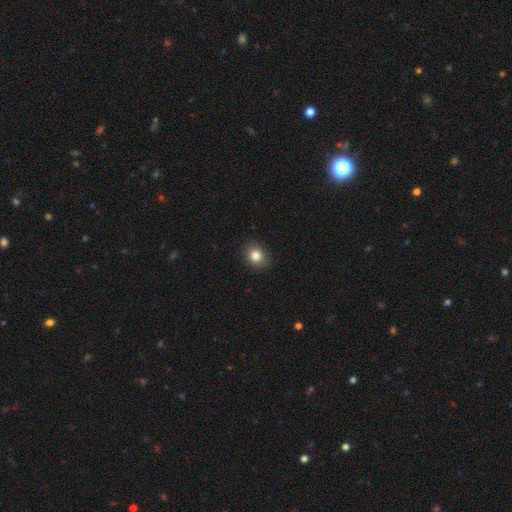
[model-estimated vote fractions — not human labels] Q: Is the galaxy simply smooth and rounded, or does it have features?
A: smooth — 83%.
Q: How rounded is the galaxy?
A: round — 56%.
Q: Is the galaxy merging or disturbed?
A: none — 88%.